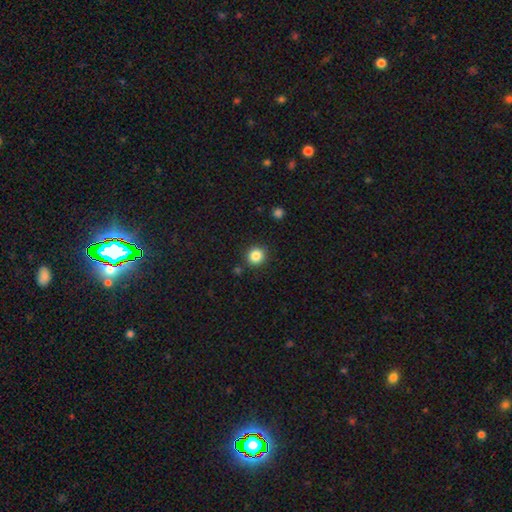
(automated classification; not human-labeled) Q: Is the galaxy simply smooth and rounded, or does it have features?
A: smooth — 85%.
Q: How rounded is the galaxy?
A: round — 93%.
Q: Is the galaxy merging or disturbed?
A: none — 90%.